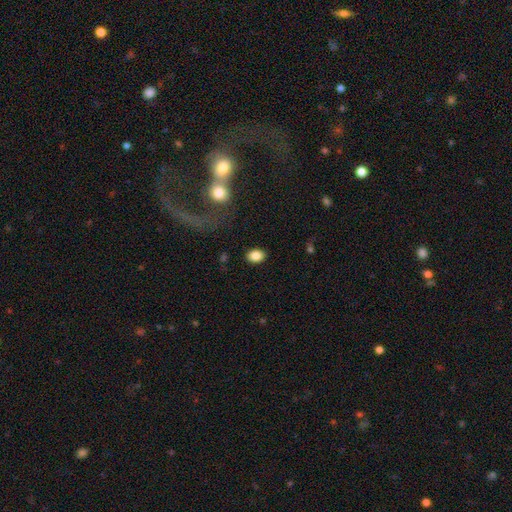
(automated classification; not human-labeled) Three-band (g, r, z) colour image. It shows a smooth galaxy with no disk features (85%) that is in between round and cigar-shaped (72%). Merging: none (88%).